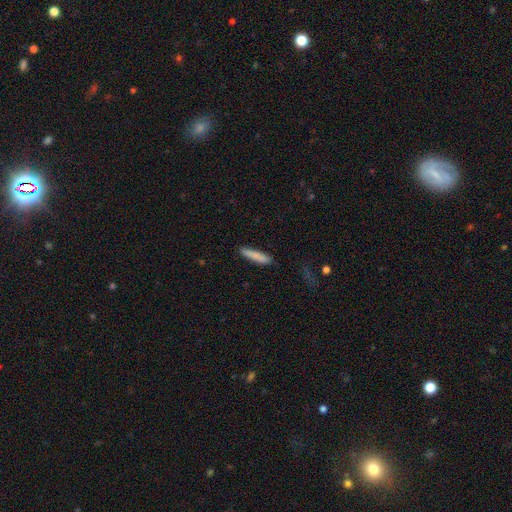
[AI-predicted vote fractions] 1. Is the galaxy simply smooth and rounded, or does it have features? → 82% smooth, 12% featured or disk, 6% star or artifact.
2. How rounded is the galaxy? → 87% cigar-shaped, 12% in between, 1% round.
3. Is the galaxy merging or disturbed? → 88% none, 9% minor disturbance, 2% major disturbance, 1% merger.